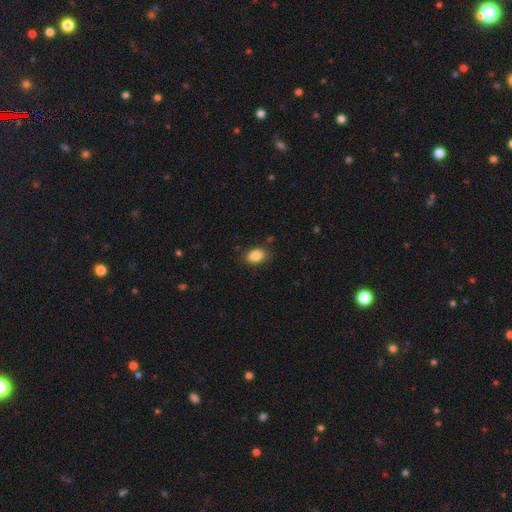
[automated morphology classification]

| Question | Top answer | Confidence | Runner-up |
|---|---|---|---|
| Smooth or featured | smooth | 86% | star or artifact (8%) |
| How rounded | in between | 82% | round (17%) |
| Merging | none | 82% | minor disturbance (13%) |